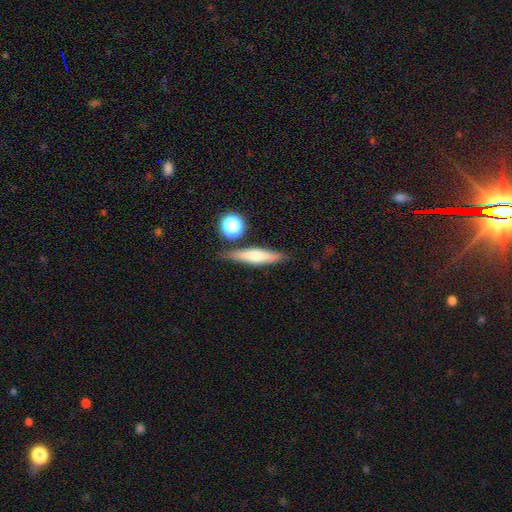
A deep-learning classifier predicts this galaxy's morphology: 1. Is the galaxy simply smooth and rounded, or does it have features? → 57% smooth, 35% featured or disk, 8% star or artifact.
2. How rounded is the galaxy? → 73% cigar-shaped, 23% in between, 5% round.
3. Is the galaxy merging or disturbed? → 78% none, 13% minor disturbance, 6% merger, 3% major disturbance.